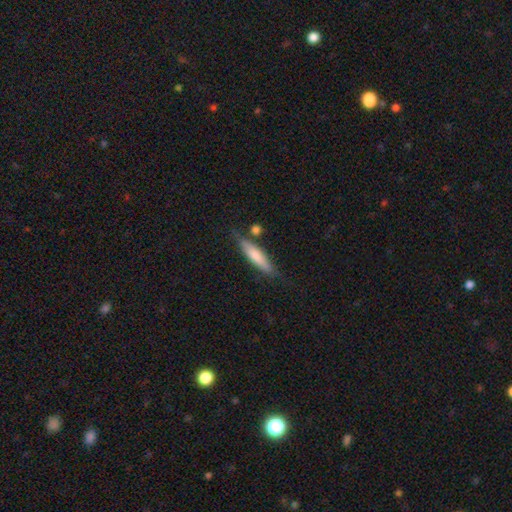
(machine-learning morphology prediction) Smooth or featured? smooth (71%)
How rounded? cigar-shaped (78%)
Merging? none (72%)